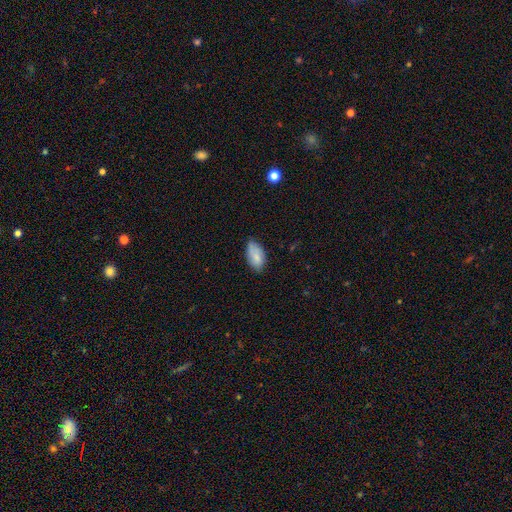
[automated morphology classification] smooth-or-featured: smooth: 81% | featured or disk: 11% | star or artifact: 7%
  how-rounded: in between: 94% | round: 4% | cigar-shaped: 3%
  merging: none: 59% | minor disturbance: 33% | major disturbance: 5% | merger: 2%